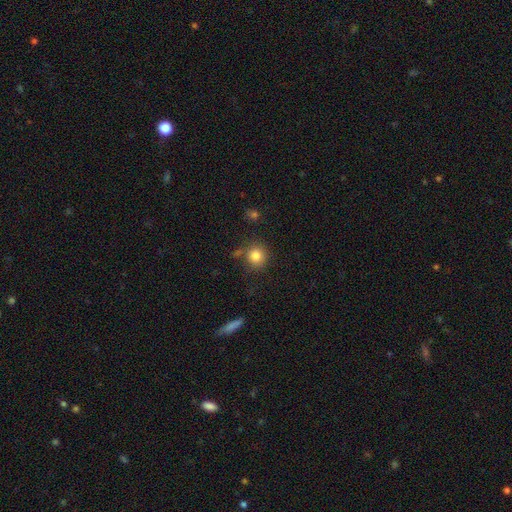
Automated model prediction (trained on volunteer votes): smooth-or-featured: smooth: 83% | star or artifact: 10% | featured or disk: 6%
  how-rounded: round: 91% | in between: 8% | cigar-shaped: 1%
  merging: none: 79% | minor disturbance: 11% | merger: 6% | major disturbance: 4%